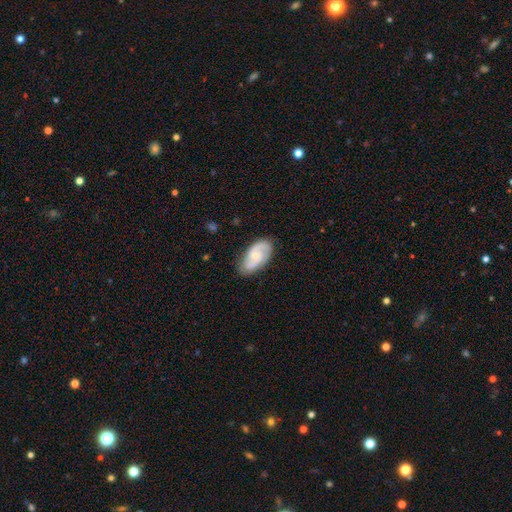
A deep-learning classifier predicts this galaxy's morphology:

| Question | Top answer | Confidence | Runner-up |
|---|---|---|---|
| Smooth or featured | featured or disk | 77% | smooth (19%) |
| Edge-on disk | no | 97% | yes (3%) |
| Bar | no | 56% | weak (38%) |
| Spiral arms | yes | 95% | no (5%) |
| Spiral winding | medium | 50% | tight (32%) |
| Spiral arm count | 2 | 86% | can't tell (6%) |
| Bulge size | small | 62% | moderate (30%) |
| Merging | none | 80% | minor disturbance (15%) |